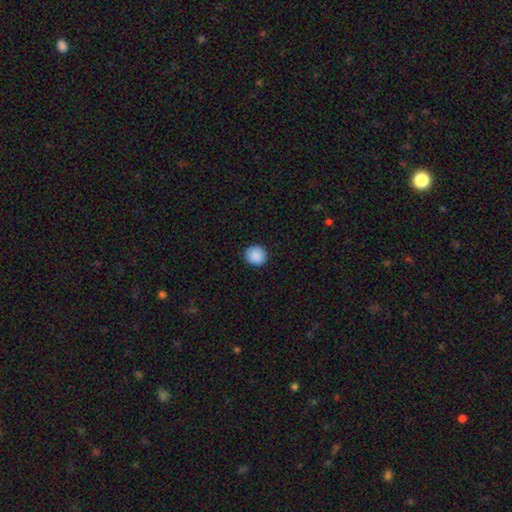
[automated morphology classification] A smooth galaxy with no disk features (90%) that is round (87%).

Vote fractions:
- Smooth or featured? smooth: 90% / star or artifact: 7% / featured or disk: 3%
- How rounded? round: 87% / in between: 12% / cigar-shaped: 1%
- Merging? none: 91% / minor disturbance: 6% / major disturbance: 2% / merger: 1%